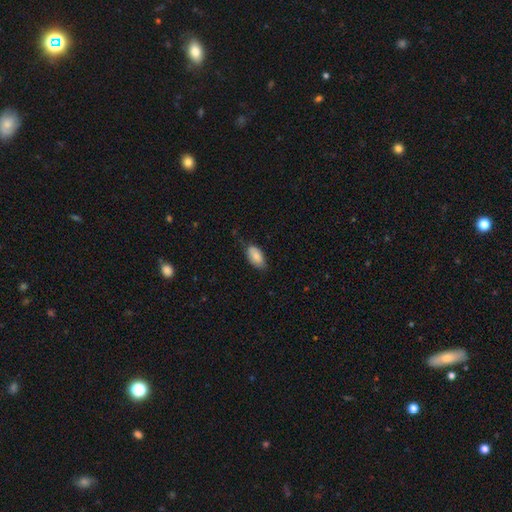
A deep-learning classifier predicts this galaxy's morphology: Smooth or featured? smooth (84%)
How rounded? in between (94%)
Merging? none (70%)